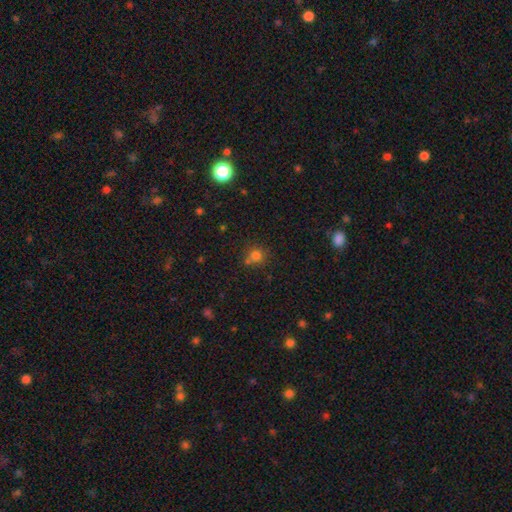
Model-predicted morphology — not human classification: smooth-or-featured: smooth: 76% | star or artifact: 17% | featured or disk: 7%
  how-rounded: round: 87% | in between: 12% | cigar-shaped: 1%
  merging: none: 65% | merger: 20% | minor disturbance: 11% | major disturbance: 4%